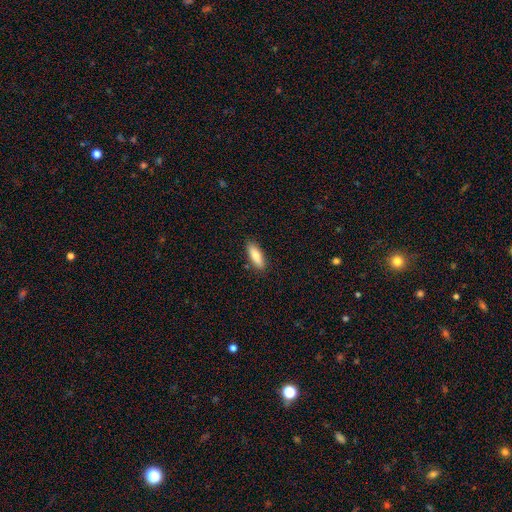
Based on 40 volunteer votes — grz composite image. It shows a smooth galaxy with no disk features (70%) that is in between round and cigar-shaped (61%). Merging: none (81%).